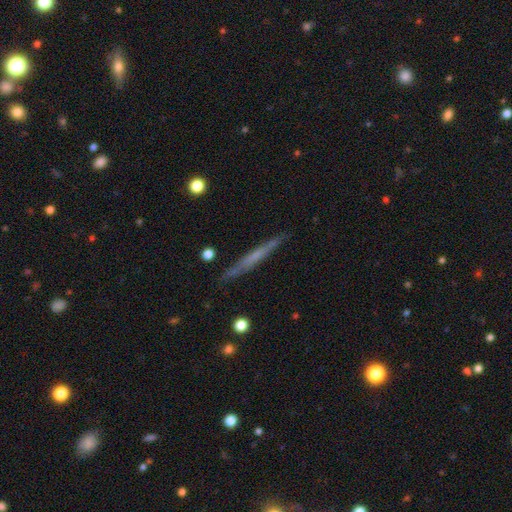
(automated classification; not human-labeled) featured or disk 54%, smooth 40%, star or artifact 6%. Down the decision tree: edge-on disk — yes (95%); edge-on bulge — none (77%); merging — none (87%).